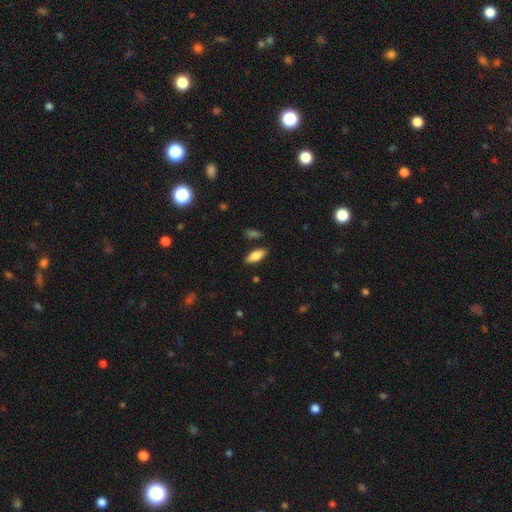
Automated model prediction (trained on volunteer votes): smooth 81%, featured or disk 13%, star or artifact 6%. Down the decision tree: how rounded — in between (82%); merging — none (85%).